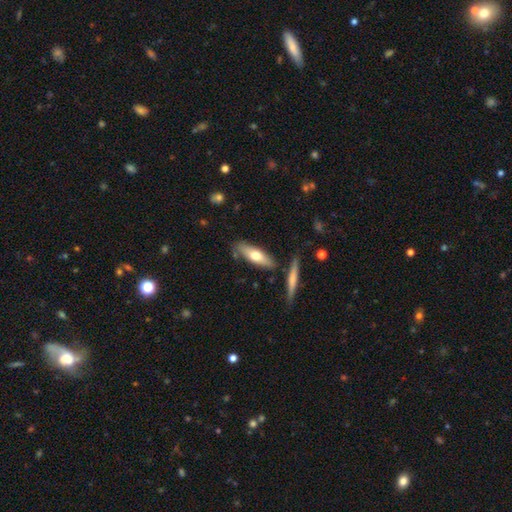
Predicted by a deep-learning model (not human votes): smooth_or_featured: smooth (p=0.61) [alt: featured or disk p=0.34]
how_rounded: cigar-shaped (p=0.56) [alt: in between p=0.42]
merging: none (p=0.77) [alt: minor disturbance p=0.13]